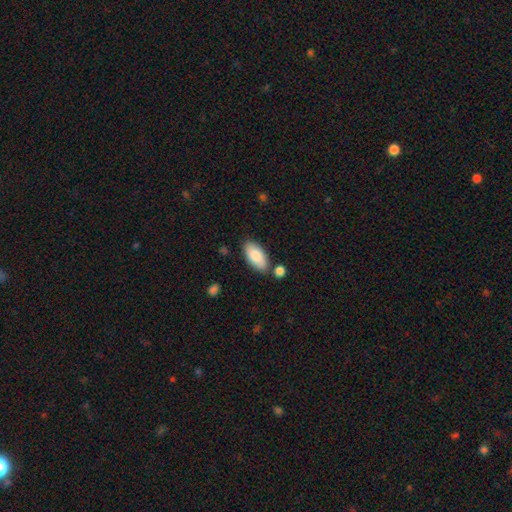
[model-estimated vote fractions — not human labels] smooth_or_featured: smooth (p=0.83) [alt: featured or disk p=0.11]
how_rounded: in between (p=0.93) [alt: cigar-shaped p=0.05]
merging: none (p=0.78) [alt: minor disturbance p=0.13]